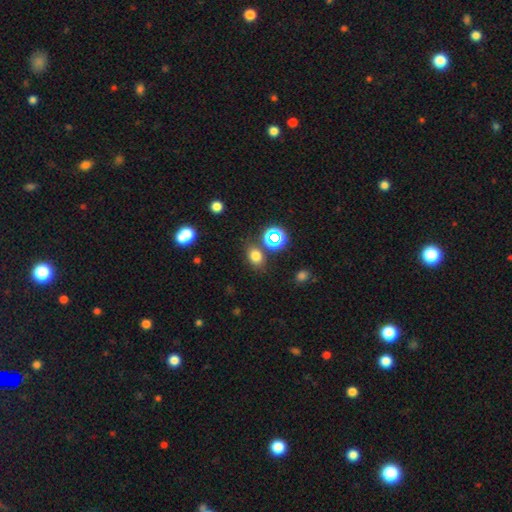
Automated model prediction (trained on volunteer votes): Smooth or featured?
  - smooth: 74% *
  - star or artifact: 19%
  - featured or disk: 7%
How rounded?
  - in between: 59% *
  - round: 40%
  - cigar-shaped: 1%
Merging?
  - none: 77% *
  - minor disturbance: 11%
  - merger: 7%
  - major disturbance: 4%